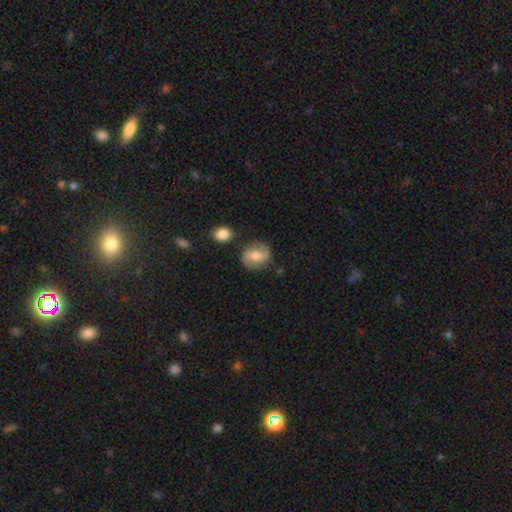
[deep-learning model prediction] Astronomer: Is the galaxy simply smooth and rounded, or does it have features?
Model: featured or disk — 64%.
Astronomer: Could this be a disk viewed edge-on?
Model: no — 97%.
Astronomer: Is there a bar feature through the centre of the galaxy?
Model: weak — 49% (runner-up: no, 35%).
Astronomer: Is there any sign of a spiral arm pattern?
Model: yes — 90%.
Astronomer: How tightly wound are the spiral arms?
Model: medium — 50% (runner-up: loose, 27%).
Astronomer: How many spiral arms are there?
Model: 2 — 89%.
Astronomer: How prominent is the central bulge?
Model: moderate — 62%.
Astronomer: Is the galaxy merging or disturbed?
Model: none — 77%.